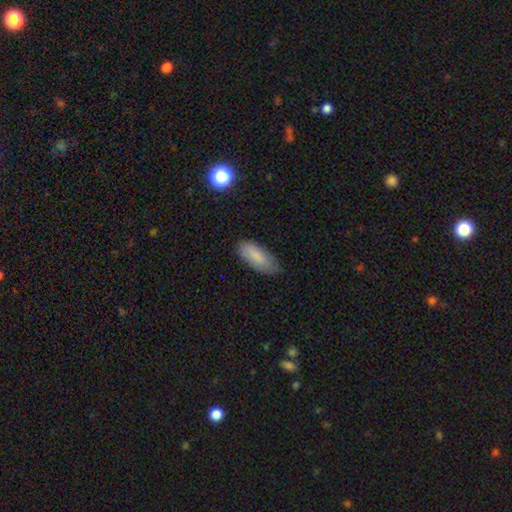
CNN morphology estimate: This appears to be a smooth galaxy with no disk features (84%) that is in between round and cigar-shaped (80%). Merging: none (78%).